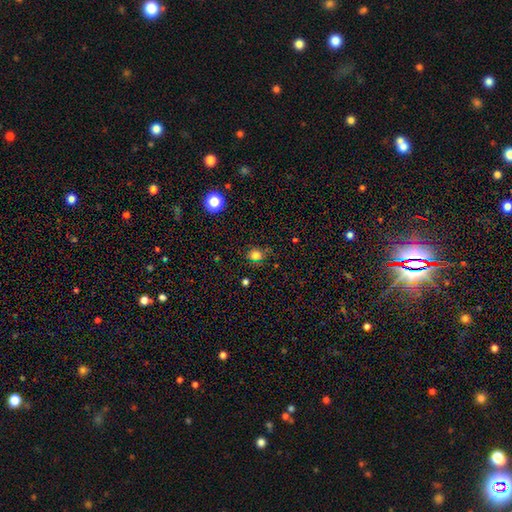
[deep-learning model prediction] A smooth galaxy with no disk features (76%) that is round (80%). Merging: none (79%).